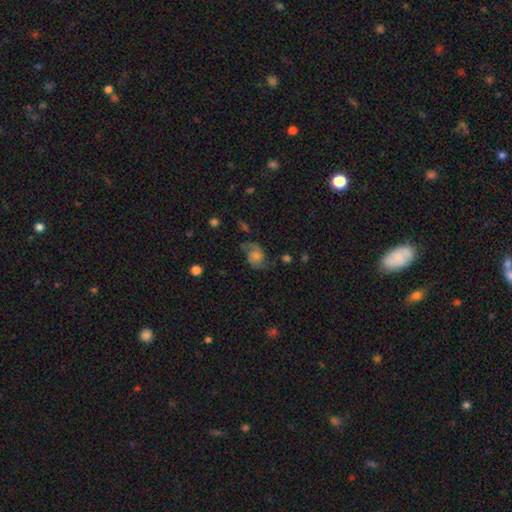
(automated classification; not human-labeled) Q: Smooth or featured?
A: featured or disk (63%); runner-up: smooth (25%)
Q: Edge-on disk?
A: no (97%); runner-up: yes (3%)
Q: Bar?
A: no (72%); runner-up: weak (24%)
Q: Spiral arms?
A: yes (90%); runner-up: no (10%)
Q: Spiral winding?
A: medium (43%); runner-up: loose (38%)
Q: Spiral arm count?
A: 2 (80%); runner-up: 1 (10%)
Q: Bulge size?
A: small (39%); runner-up: moderate (34%)
Q: Merging?
A: none (57%); runner-up: minor disturbance (23%)